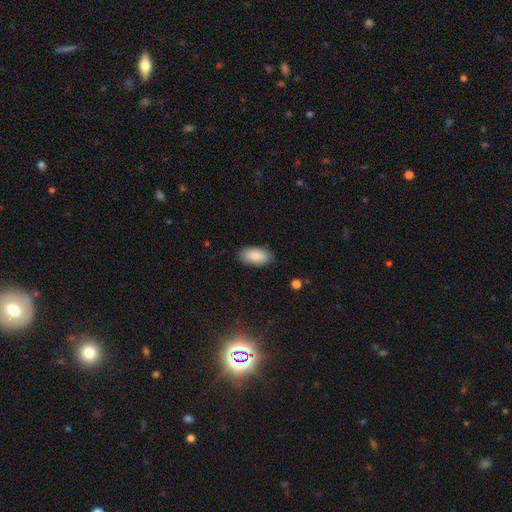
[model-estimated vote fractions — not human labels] smooth 88%, star or artifact 6%, featured or disk 6%. Down the decision tree: how rounded — in between (95%); merging — none (83%).